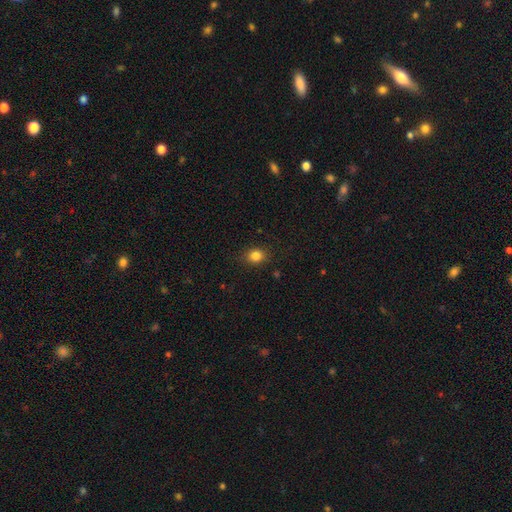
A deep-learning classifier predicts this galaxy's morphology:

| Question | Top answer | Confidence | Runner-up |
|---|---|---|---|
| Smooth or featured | smooth | 83% | star or artifact (12%) |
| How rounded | round | 63% | in between (36%) |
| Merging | none | 85% | minor disturbance (11%) |